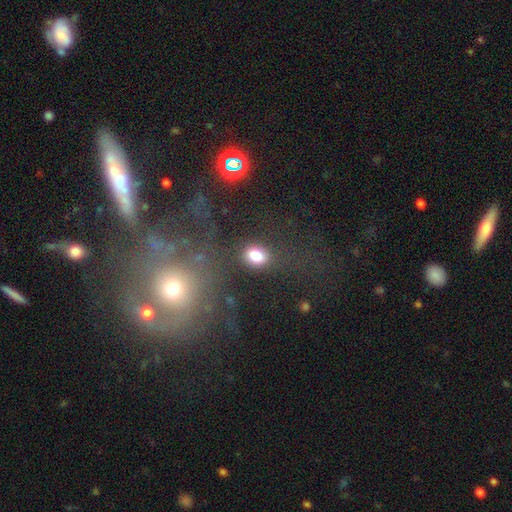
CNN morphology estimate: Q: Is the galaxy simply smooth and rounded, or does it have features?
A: smooth — 82%.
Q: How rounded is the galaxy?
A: in between — 70%.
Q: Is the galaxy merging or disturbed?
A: none — 75%.